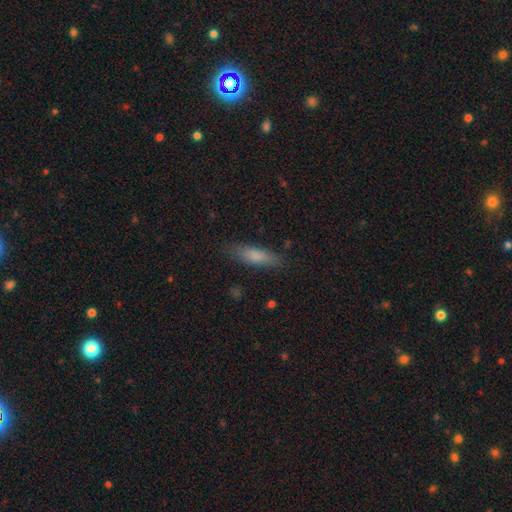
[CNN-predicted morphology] A smooth galaxy with no disk features (79%) that is cigar-shaped (61%). Merging: none (82%).